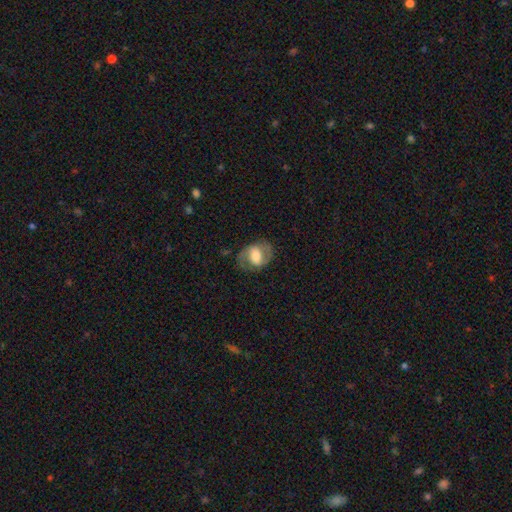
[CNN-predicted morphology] smooth-or-featured: featured or disk: 65% | smooth: 28% | star or artifact: 7%
  disk-edge-on: no: 96% | yes: 4%
    bar: weak: 43% | no: 32% | strong: 25%
    has-spiral-arms: yes: 82% | no: 18%
      spiral-winding: medium: 53% | tight: 24% | loose: 23%
      spiral-arm-count: 2: 87% | can't tell: 6% | 1: 3% | 3: 1% | 4: 1% | more than 4: 1%
    bulge-size: moderate: 42% | large: 36% | small: 13% | dominant: 4% | none: 4%
  merging: none: 74% | minor disturbance: 16% | major disturbance: 9% | merger: 1%